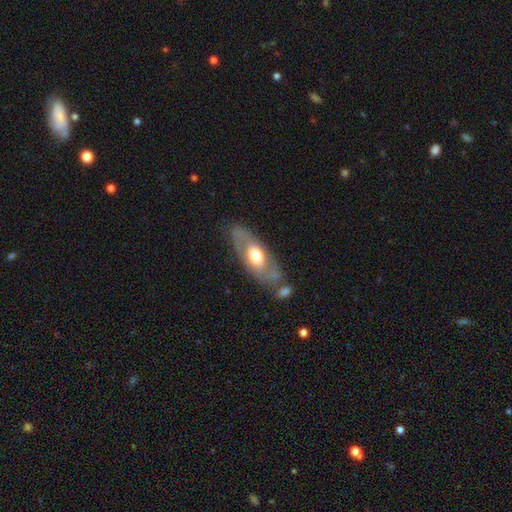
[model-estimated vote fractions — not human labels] Overall: featured or disk (51%; smooth 44%). Edge-on disk: no (78%). Merging: none (69%).